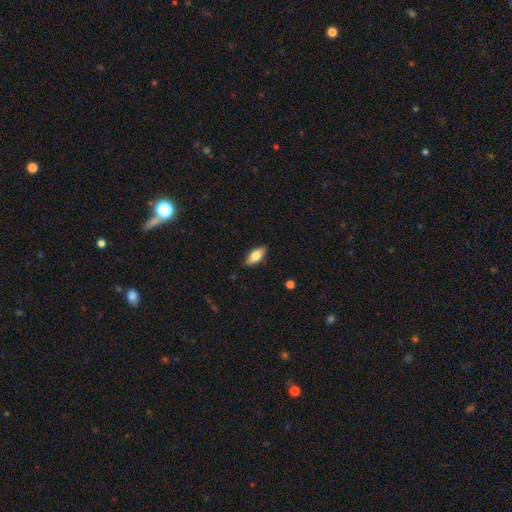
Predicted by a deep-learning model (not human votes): Smooth or featured: smooth — 72% (featured or disk — 22%)
How rounded: in between — 83% (cigar-shaped — 14%)
Merging: none — 87% (minor disturbance — 10%)